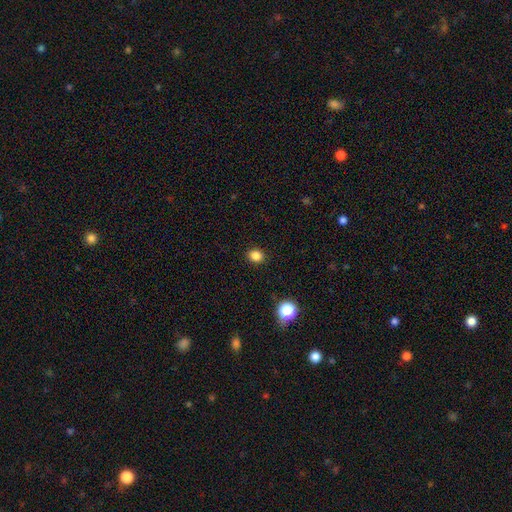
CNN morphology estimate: smooth 83%, star or artifact 13%, featured or disk 4%. Down the decision tree: how rounded — round (70%); merging — none (91%).